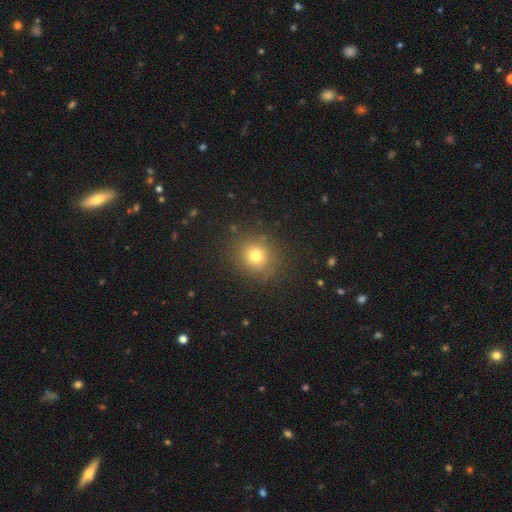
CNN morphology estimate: smooth 75%, star or artifact 16%, featured or disk 9%. Down the decision tree: how rounded — round (83%); merging — none (86%).